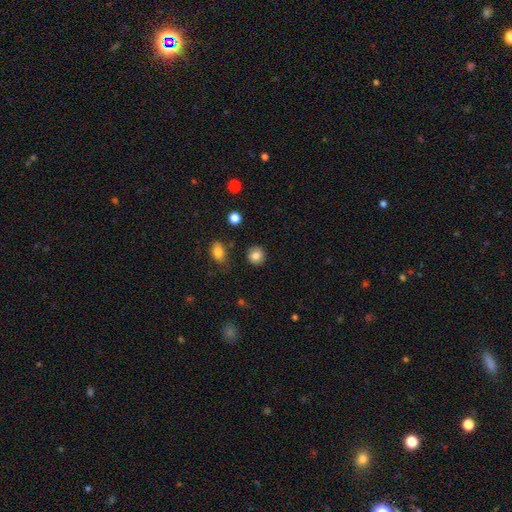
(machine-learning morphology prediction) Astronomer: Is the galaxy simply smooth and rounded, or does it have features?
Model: smooth — 84%.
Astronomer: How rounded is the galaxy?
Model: round — 88%.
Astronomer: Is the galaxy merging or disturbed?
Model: none — 87%.